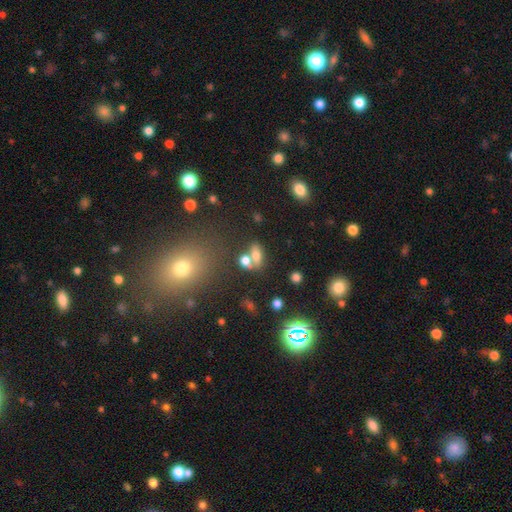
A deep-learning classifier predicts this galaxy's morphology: smooth_or_featured: smooth (p=0.68) [alt: featured or disk p=0.17]
how_rounded: in between (p=0.80) [alt: round p=0.14]
merging: none (p=0.42) [alt: merger p=0.41]